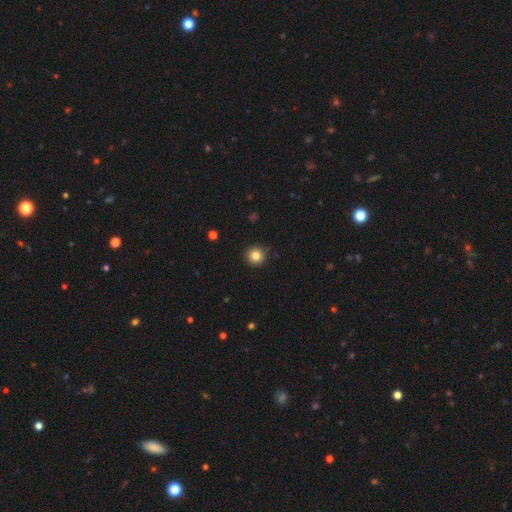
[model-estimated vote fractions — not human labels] smooth-or-featured: smooth: 83% | star or artifact: 11% | featured or disk: 6%
  how-rounded: round: 95% | in between: 4% | cigar-shaped: 1%
  merging: none: 92% | minor disturbance: 5% | major disturbance: 2% | merger: 1%